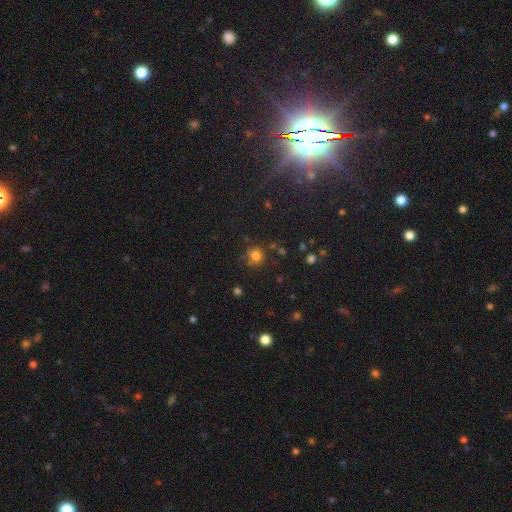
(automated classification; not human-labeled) Smooth or featured?
  - smooth: 79% *
  - star or artifact: 16%
  - featured or disk: 6%
How rounded?
  - round: 88% *
  - in between: 11%
  - cigar-shaped: 1%
Merging?
  - none: 73% *
  - minor disturbance: 15%
  - merger: 6%
  - major disturbance: 5%